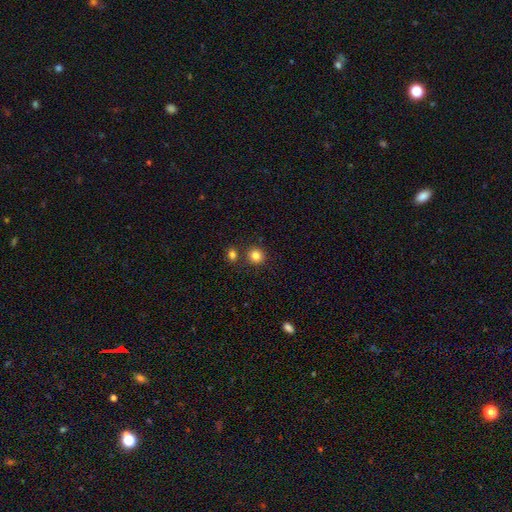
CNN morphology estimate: A smooth galaxy with no disk features (82%) that is round (90%).

Vote fractions:
- Smooth or featured? smooth: 82% / star or artifact: 12% / featured or disk: 6%
- How rounded? round: 90% / in between: 9% / cigar-shaped: 1%
- Merging? none: 79% / merger: 11% / minor disturbance: 7% / major disturbance: 2%